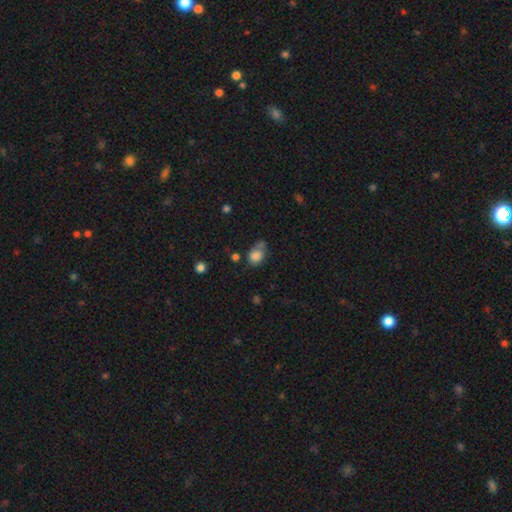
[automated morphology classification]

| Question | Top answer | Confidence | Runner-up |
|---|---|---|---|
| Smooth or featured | smooth | 81% | star or artifact (11%) |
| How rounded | in between | 52% | round (46%) |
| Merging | none | 46% | minor disturbance (23%) |